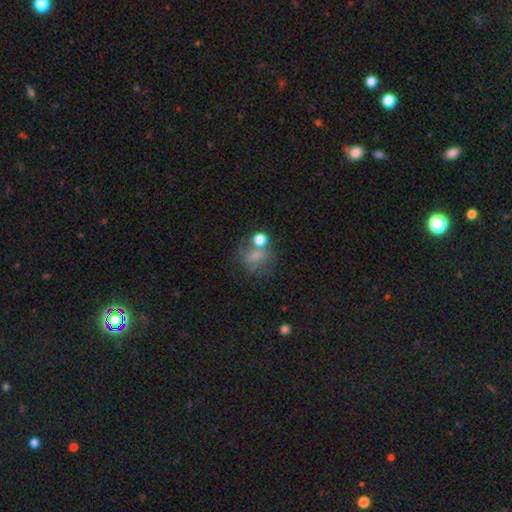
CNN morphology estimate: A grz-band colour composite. It shows a smooth galaxy with no disk features (64%) that is round (62%). Merging: none (41%).